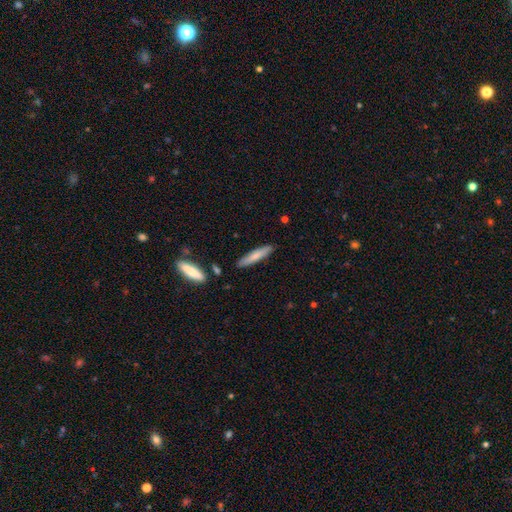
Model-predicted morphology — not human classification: smooth 73%, featured or disk 21%, star or artifact 6%. Down the decision tree: how rounded — cigar-shaped (88%); merging — none (87%).